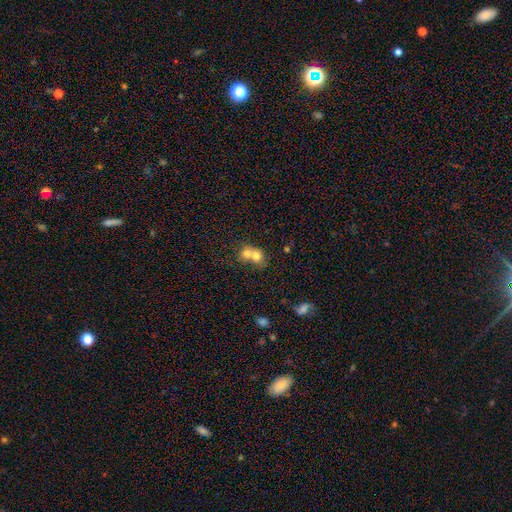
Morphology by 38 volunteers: Volunteers were most divided on "merging": merger: 72%, none: 25%, major disturbance: 3%, minor disturbance: 0%. More confident: how rounded — round (75%); smooth or featured — smooth (74%).